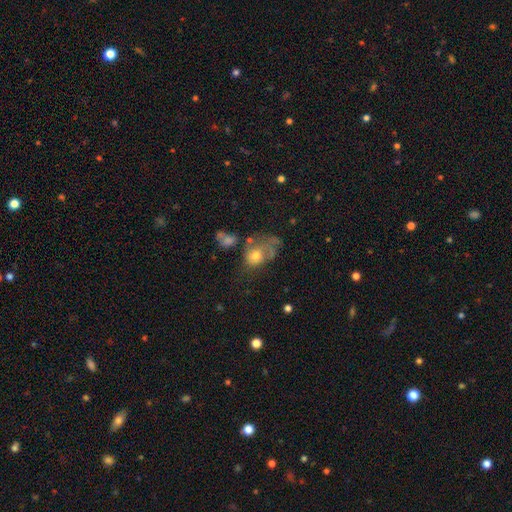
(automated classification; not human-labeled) smooth_or_featured: smooth (p=0.60) [alt: featured or disk p=0.29]
how_rounded: in between (p=0.62) [alt: round p=0.37]
merging: major disturbance (p=0.41) [alt: none p=0.23]